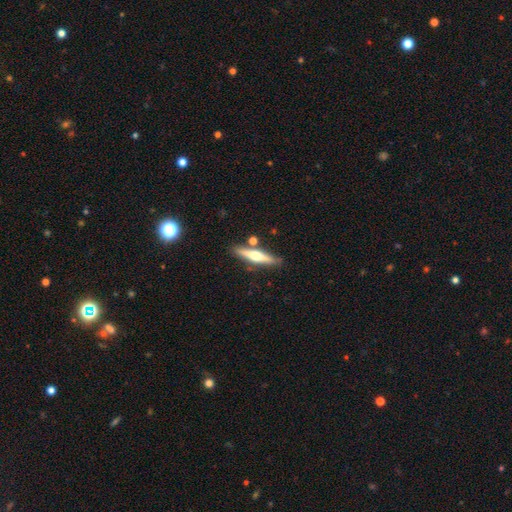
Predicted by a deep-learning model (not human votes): Smooth or featured: featured or disk — 60% (smooth — 35%)
Edge-on disk: yes — 95% (no — 5%)
Edge-on bulge: rounded — 92% (none — 4%)
Merging: none — 79% (minor disturbance — 11%)